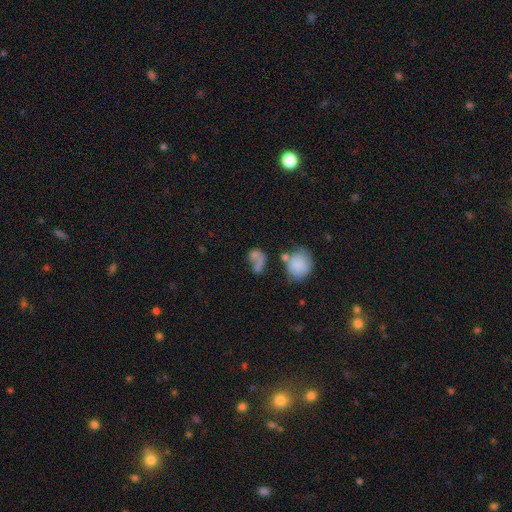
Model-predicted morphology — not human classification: Smooth or featured: smooth — 60% (featured or disk — 23%)
How rounded: in between — 59% (round — 37%)
Merging: merger — 35% (none — 28%)